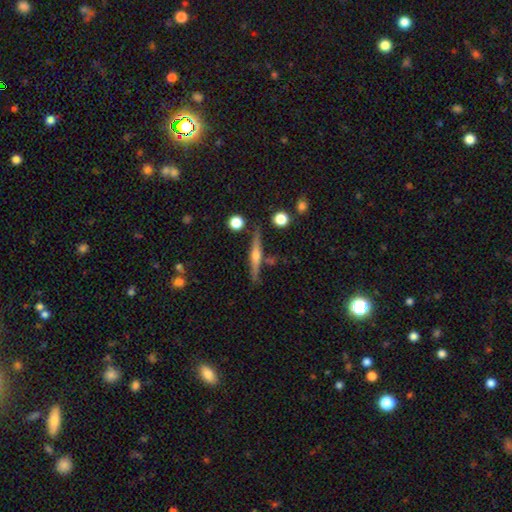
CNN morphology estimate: Smooth or featured? Predicted: featured or disk (p=0.71). Edge-on disk? Predicted: yes (p=0.97). Edge-on bulge? Predicted: rounded (p=0.88). Merging? Predicted: none (p=0.84).